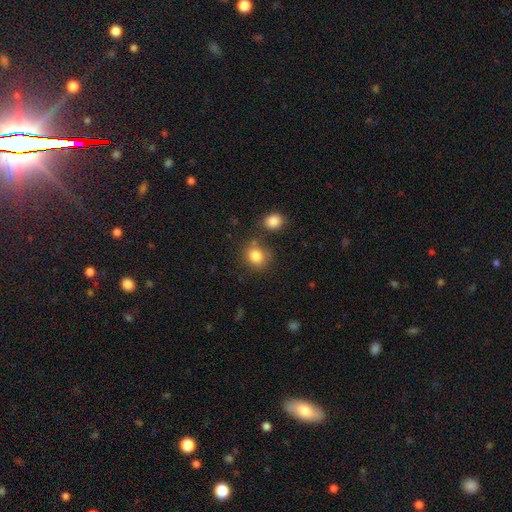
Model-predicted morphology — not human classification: This appears to be a smooth galaxy with no disk features (83%) that is round (70%). Merging: none (70%).